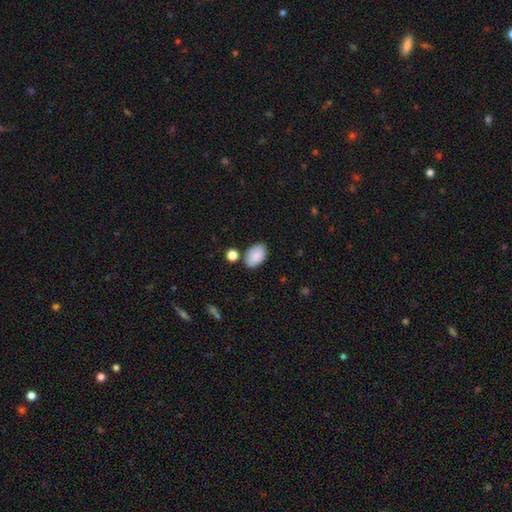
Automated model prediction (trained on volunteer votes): This appears to be a smooth galaxy with no disk features (86%) that is in between round and cigar-shaped (91%). Merging: none (76%).